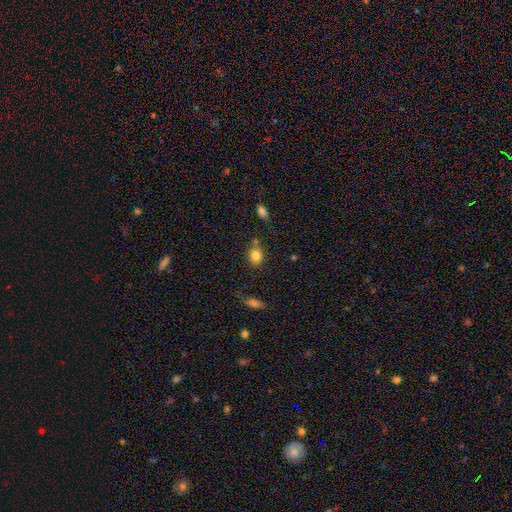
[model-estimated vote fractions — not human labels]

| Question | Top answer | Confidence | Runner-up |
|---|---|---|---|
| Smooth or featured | smooth | 82% | star or artifact (10%) |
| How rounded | round | 67% | in between (32%) |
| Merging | none | 71% | minor disturbance (13%) |